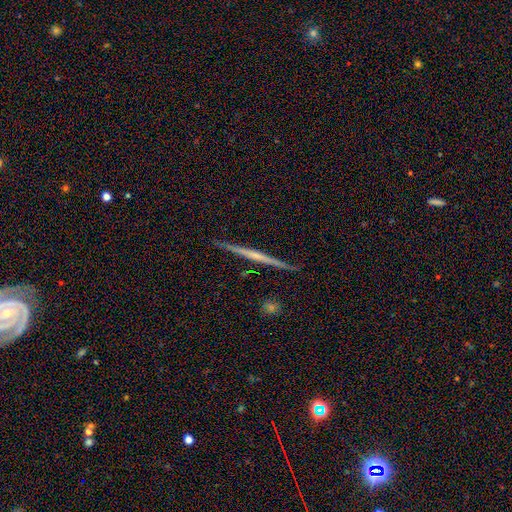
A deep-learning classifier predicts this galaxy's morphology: featured or disk 68%, smooth 25%, star or artifact 6%. Down the decision tree: edge-on disk — yes (98%); edge-on bulge — none (68%); merging — none (90%).